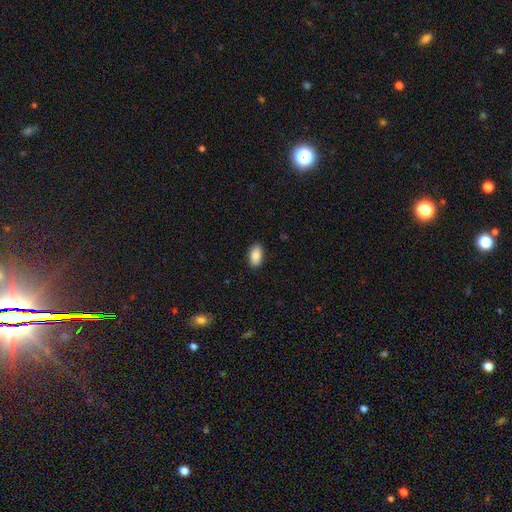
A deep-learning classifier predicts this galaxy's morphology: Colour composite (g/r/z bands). It shows a smooth galaxy with no disk features (88%) that is in between round and cigar-shaped (94%). Merging: none (89%).